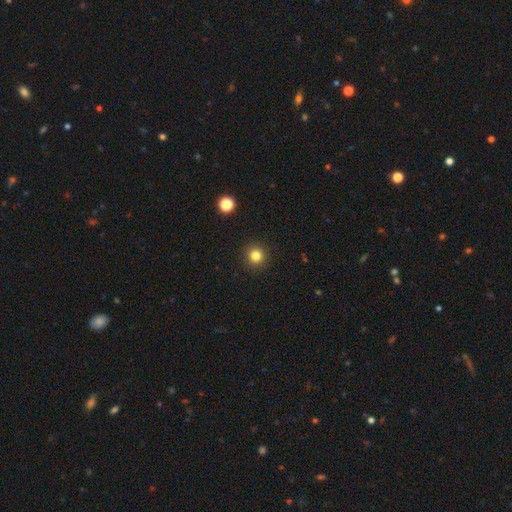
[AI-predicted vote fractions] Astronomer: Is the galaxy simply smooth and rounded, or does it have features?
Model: smooth — 82%.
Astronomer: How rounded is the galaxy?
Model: round — 94%.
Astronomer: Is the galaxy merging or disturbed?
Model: none — 92%.